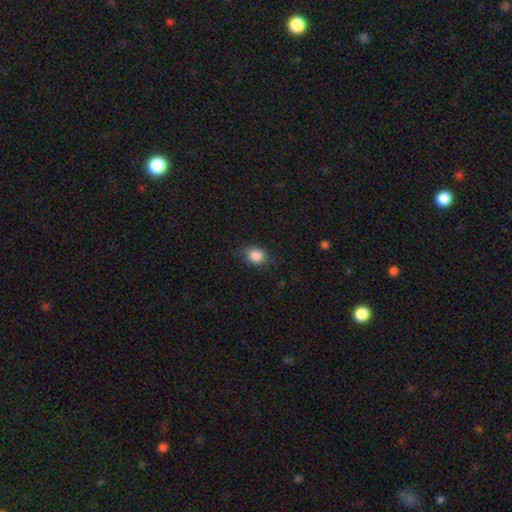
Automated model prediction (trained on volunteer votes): Smooth or featured?
  - smooth: 87% *
  - star or artifact: 9%
  - featured or disk: 4%
How rounded?
  - in between: 51% *
  - round: 47%
  - cigar-shaped: 1%
Merging?
  - none: 80% *
  - minor disturbance: 15%
  - major disturbance: 4%
  - merger: 1%